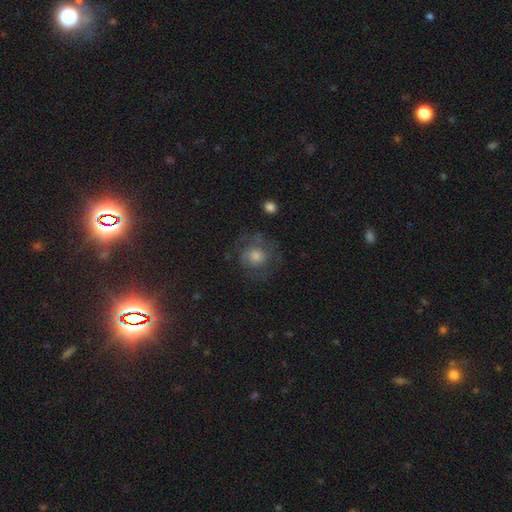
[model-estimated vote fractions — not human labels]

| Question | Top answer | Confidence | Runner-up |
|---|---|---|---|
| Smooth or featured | smooth | 41% | featured or disk (40%) |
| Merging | none | 67% | minor disturbance (17%) |